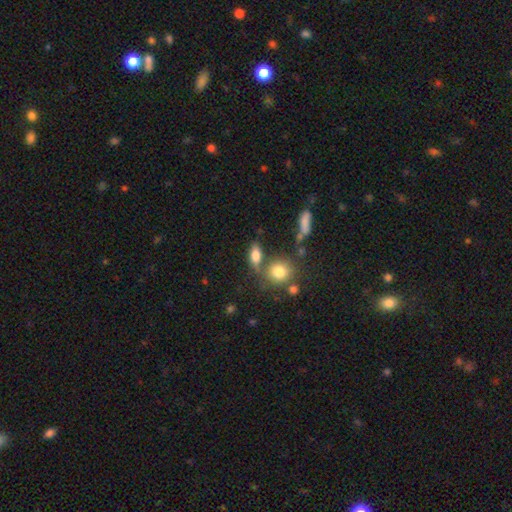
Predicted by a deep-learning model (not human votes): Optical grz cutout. It shows a smooth galaxy with no disk features (76%) that is in between round and cigar-shaped (72%). Merging: none (55%).